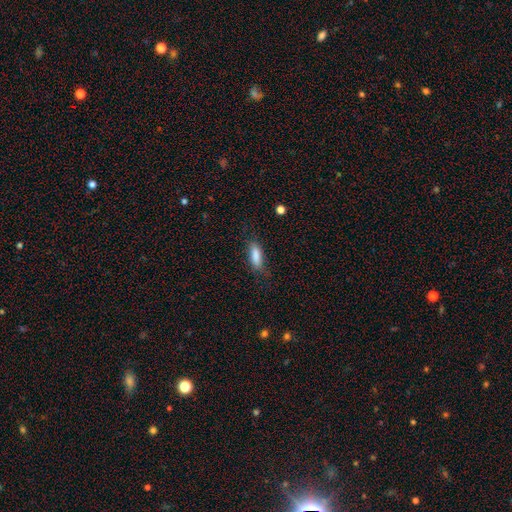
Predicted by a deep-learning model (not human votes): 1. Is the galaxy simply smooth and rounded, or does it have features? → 85% smooth, 8% featured or disk, 7% star or artifact.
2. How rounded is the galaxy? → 59% in between, 39% cigar-shaped, 2% round.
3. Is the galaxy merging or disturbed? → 72% none, 20% minor disturbance, 7% major disturbance, 2% merger.